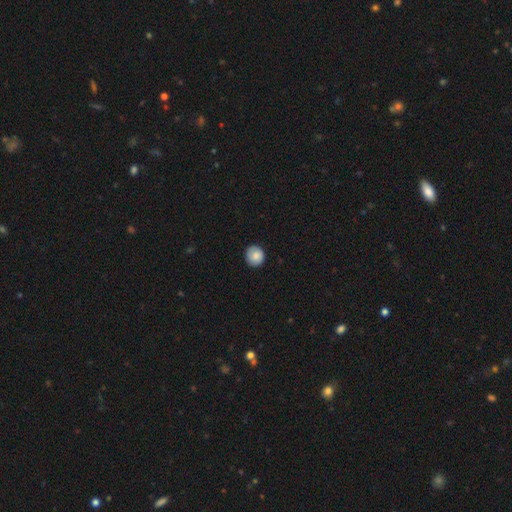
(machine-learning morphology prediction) This is clearly a smooth galaxy (82%). How rounded: clearly round (90%). Merging: clearly none (88%).